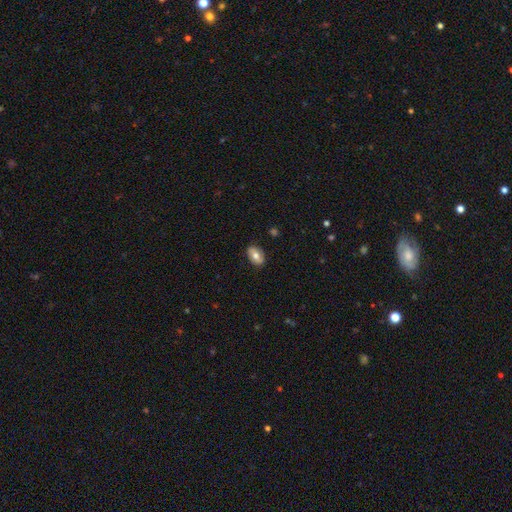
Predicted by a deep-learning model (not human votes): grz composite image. It shows a smooth galaxy with no disk features (68%) that is in between round and cigar-shaped (89%). Merging: none (86%).